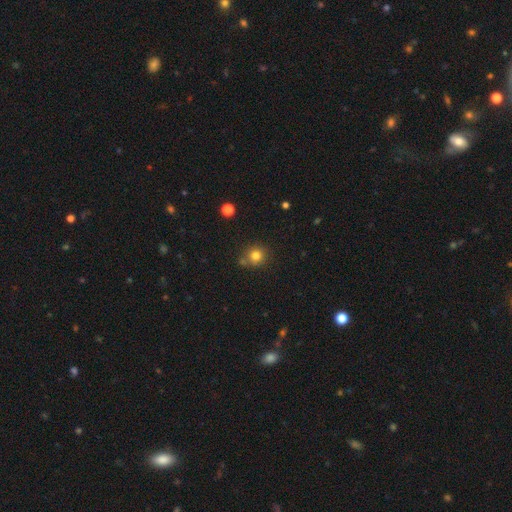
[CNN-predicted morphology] smooth 81%, star or artifact 13%, featured or disk 7%. Down the decision tree: how rounded — round (87%); merging — none (72%).